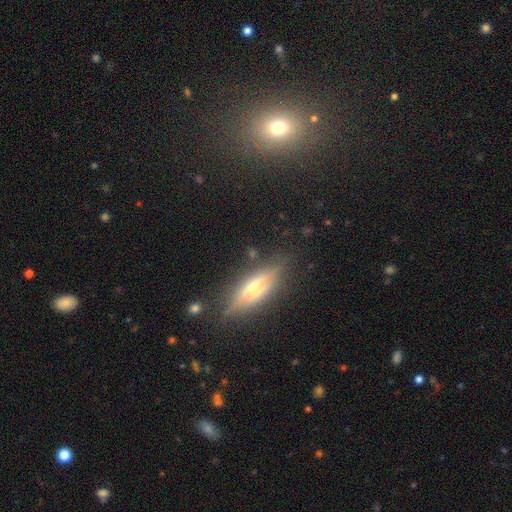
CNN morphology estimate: featured or disk 48%, smooth 39%, star or artifact 13%. Down the decision tree: merging — none (83%).